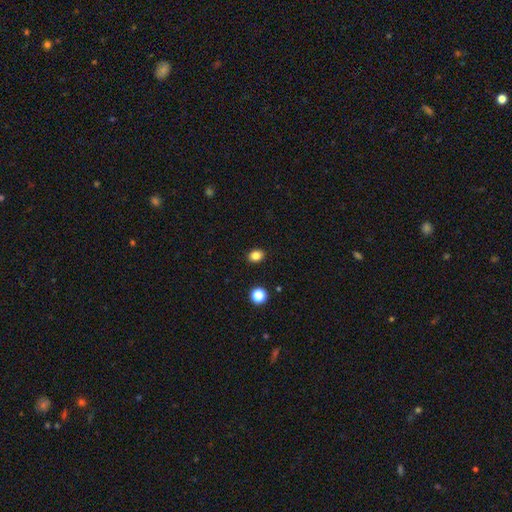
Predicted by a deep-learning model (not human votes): This is clearly a smooth galaxy (83%). How rounded: possibly round (51%). Merging: clearly none (90%).